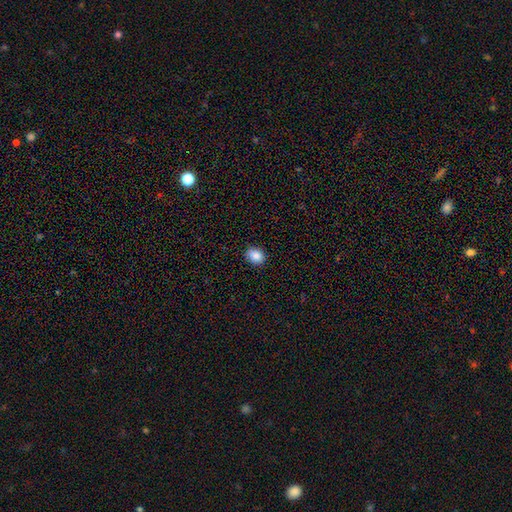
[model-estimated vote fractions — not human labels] smooth 87%, star or artifact 9%, featured or disk 5%. Down the decision tree: how rounded — in between (57%); merging — none (87%).